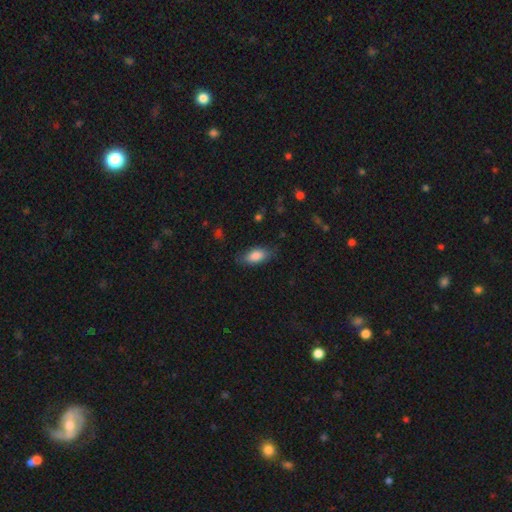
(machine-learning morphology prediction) This is clearly a smooth galaxy (86%). How rounded: clearly in between (89%). Merging: likely none (78%).